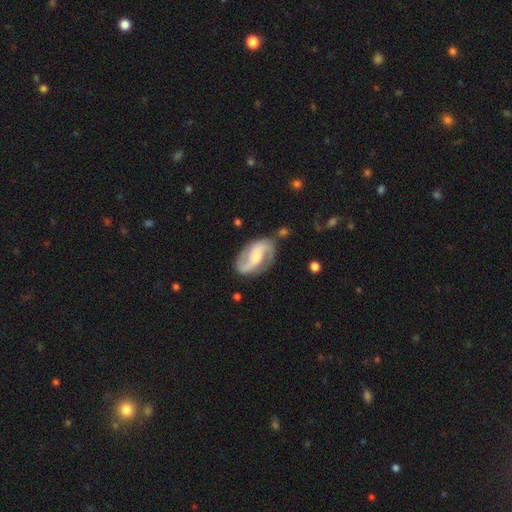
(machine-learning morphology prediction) Smooth or featured? Predicted: featured or disk (p=0.85). Edge-on disk? Predicted: no (p=0.97). Bar? Predicted: weak (p=0.39). Spiral arms? Predicted: yes (p=0.96). Spiral winding? Predicted: medium (p=0.46). Spiral arm count? Predicted: 2 (p=0.92). Bulge size? Predicted: small (p=0.45). Merging? Predicted: none (p=0.77).